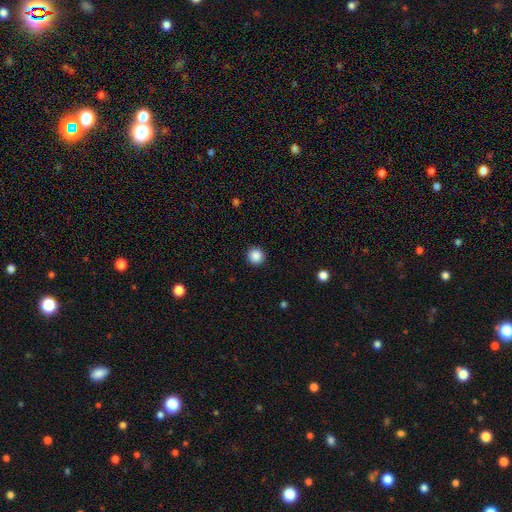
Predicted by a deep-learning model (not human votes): Q: Smooth or featured?
A: smooth (88%); runner-up: star or artifact (10%)
Q: How rounded?
A: round (96%); runner-up: in between (3%)
Q: Merging?
A: none (93%); runner-up: minor disturbance (4%)